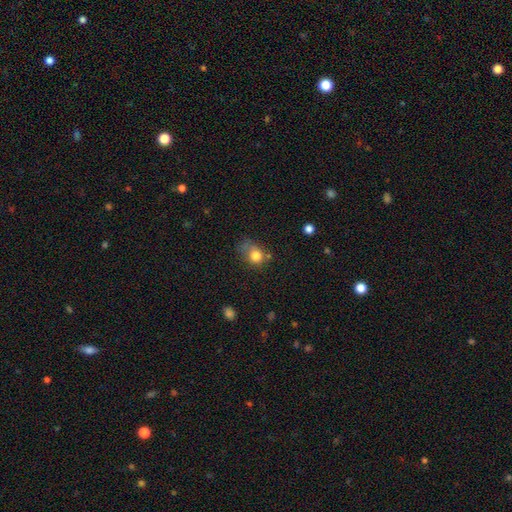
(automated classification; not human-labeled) This appears to be a smooth galaxy with no disk features (78%) that is round (63%). Merging: none (39%).